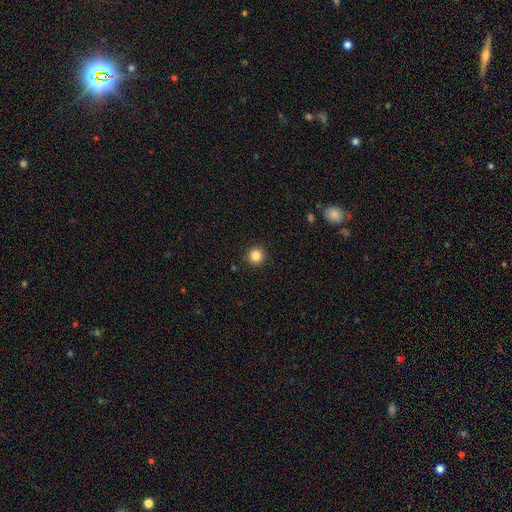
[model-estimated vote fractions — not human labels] smooth 85%, star or artifact 11%, featured or disk 4%. Down the decision tree: how rounded — round (95%); merging — none (92%).